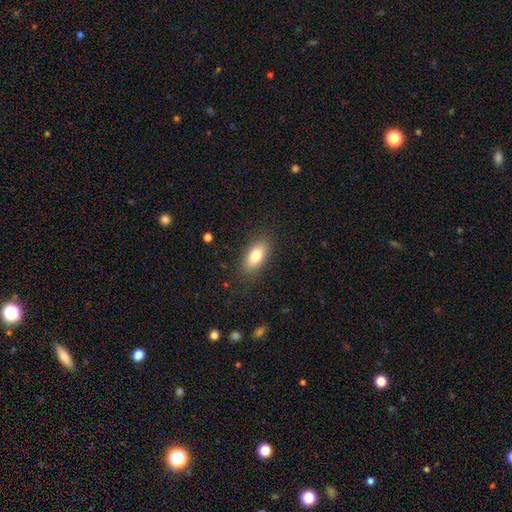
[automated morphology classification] Q: Smooth or featured?
A: smooth (81%); runner-up: featured or disk (11%)
Q: How rounded?
A: in between (86%); runner-up: cigar-shaped (10%)
Q: Merging?
A: none (85%); runner-up: minor disturbance (11%)